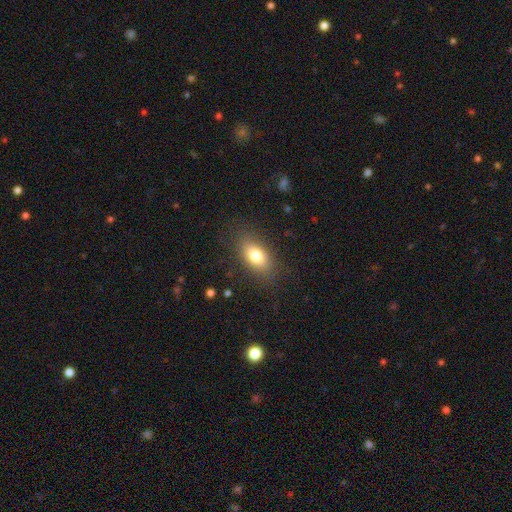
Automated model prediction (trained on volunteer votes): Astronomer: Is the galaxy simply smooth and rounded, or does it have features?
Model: smooth — 78%.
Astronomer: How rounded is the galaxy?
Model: in between — 86%.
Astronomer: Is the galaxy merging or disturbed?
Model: none — 83%.